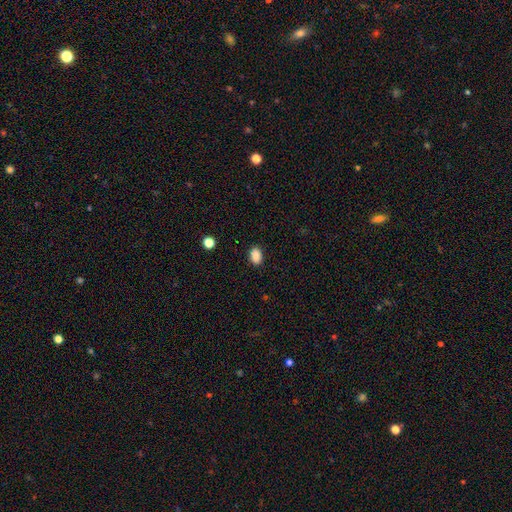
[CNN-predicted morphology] This appears to be a smooth galaxy with no disk features (88%) that is in between round and cigar-shaped (82%). Merging: none (88%).